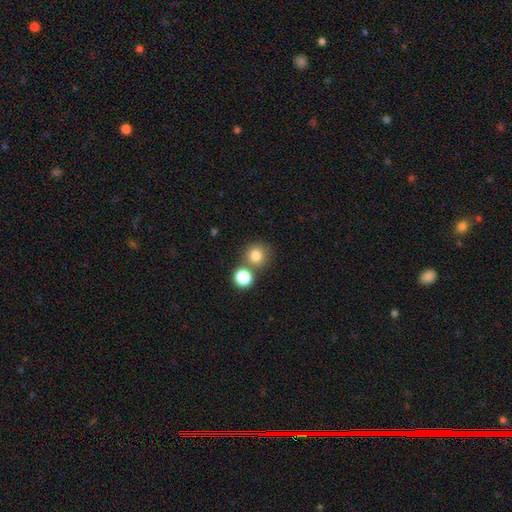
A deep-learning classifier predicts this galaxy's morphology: This is clearly a smooth galaxy (80%). How rounded: clearly round (90%). Merging: likely none (67%).